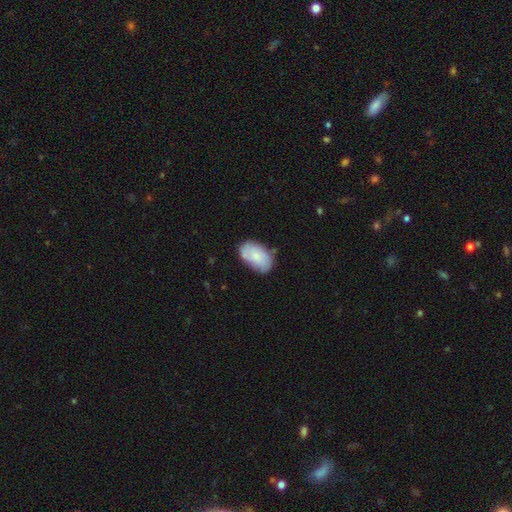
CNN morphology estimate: Smooth or featured: smooth — 69% (featured or disk — 25%)
How rounded: in between — 93% (round — 5%)
Merging: none — 70% (minor disturbance — 22%)